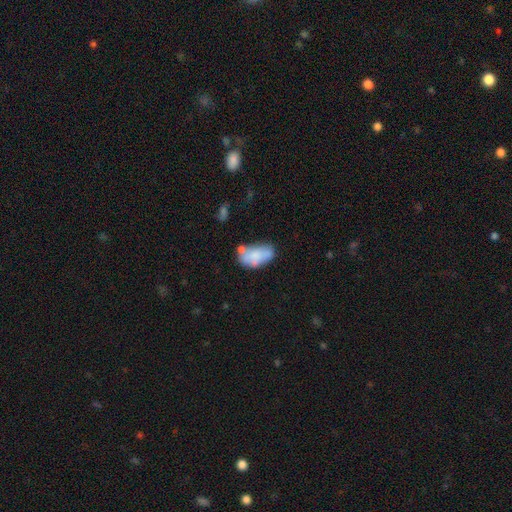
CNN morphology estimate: Q: Smooth or featured?
A: smooth (66%); runner-up: featured or disk (26%)
Q: How rounded?
A: in between (93%); runner-up: round (5%)
Q: Merging?
A: none (43%); runner-up: minor disturbance (26%)